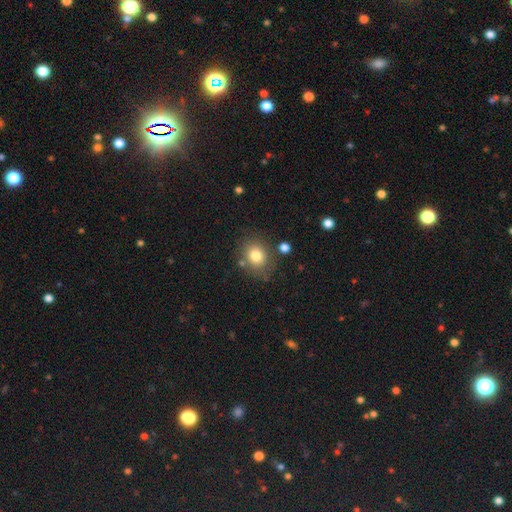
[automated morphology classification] The model was most divided on "how rounded": round: 65%, in between: 34%, cigar-shaped: 1%. More confident: smooth or featured — smooth (78%); merging — none (75%).